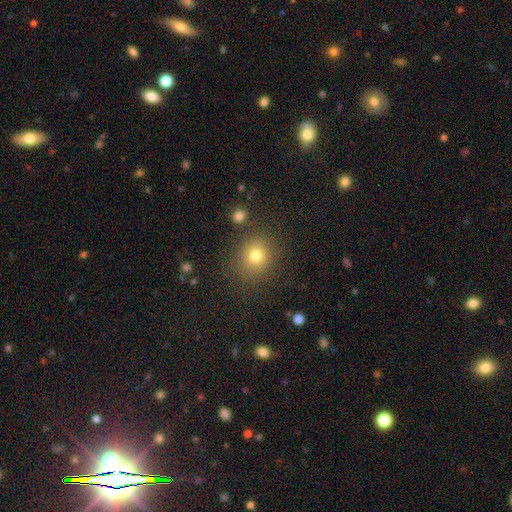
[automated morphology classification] A smooth galaxy with no disk features (78%) that is round (79%).

Vote fractions:
- Smooth or featured? smooth: 78% / star or artifact: 14% / featured or disk: 8%
- How rounded? round: 79% / in between: 20% / cigar-shaped: 1%
- Merging? none: 83% / minor disturbance: 10% / major disturbance: 4% / merger: 3%